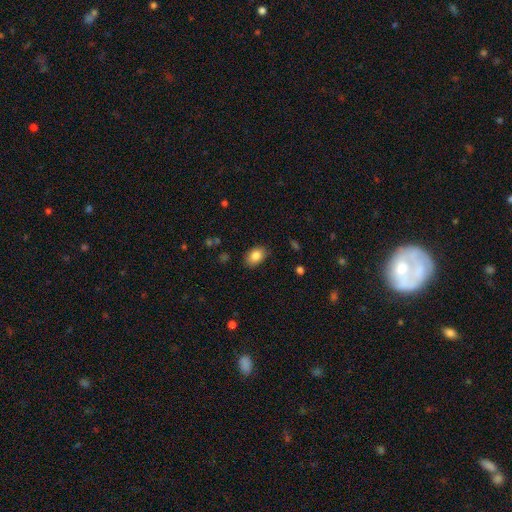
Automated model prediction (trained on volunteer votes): Smooth or featured?
  - smooth: 84% *
  - star or artifact: 8%
  - featured or disk: 8%
How rounded?
  - in between: 82% *
  - round: 17%
  - cigar-shaped: 1%
Merging?
  - none: 85% *
  - minor disturbance: 11%
  - major disturbance: 3%
  - merger: 1%